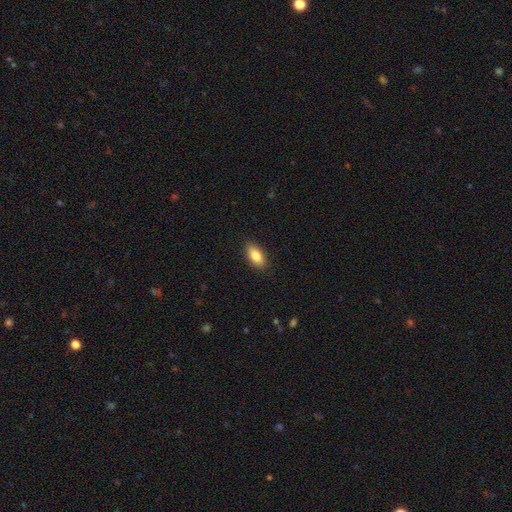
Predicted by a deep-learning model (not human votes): Smooth or featured? Predicted: smooth (p=0.83). How rounded? Predicted: in between (p=0.89). Merging? Predicted: none (p=0.88).